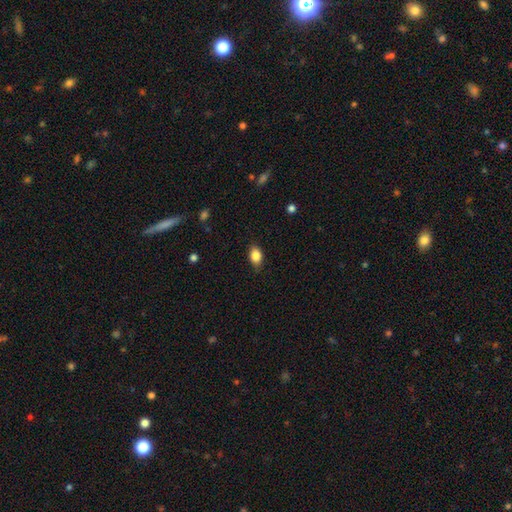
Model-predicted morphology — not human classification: Smooth or featured: smooth — 86% (star or artifact — 8%)
How rounded: in between — 84% (round — 15%)
Merging: none — 83% (minor disturbance — 14%)